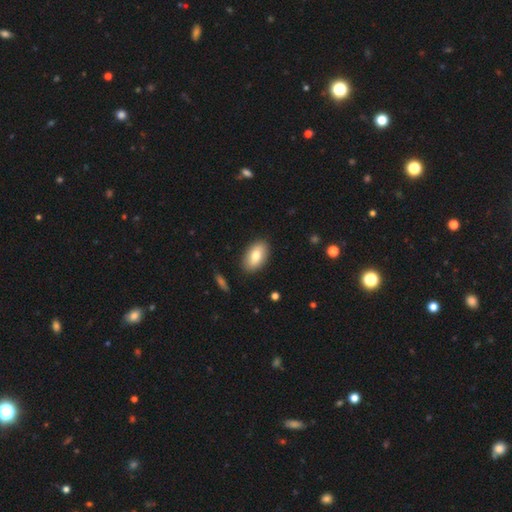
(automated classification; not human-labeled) A smooth galaxy with no disk features (79%) that is in between round and cigar-shaped (93%).

Vote fractions:
- Smooth or featured? smooth: 79% / featured or disk: 15% / star or artifact: 6%
- How rounded? in between: 93% / round: 5% / cigar-shaped: 2%
- Merging? none: 88% / minor disturbance: 8% / major disturbance: 2% / merger: 1%